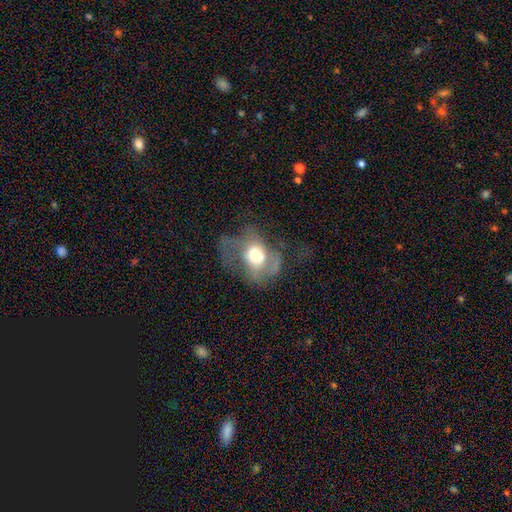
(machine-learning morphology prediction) Overall: smooth (47%; featured or disk 44%). Merging: major disturbance (55%; none 22%).